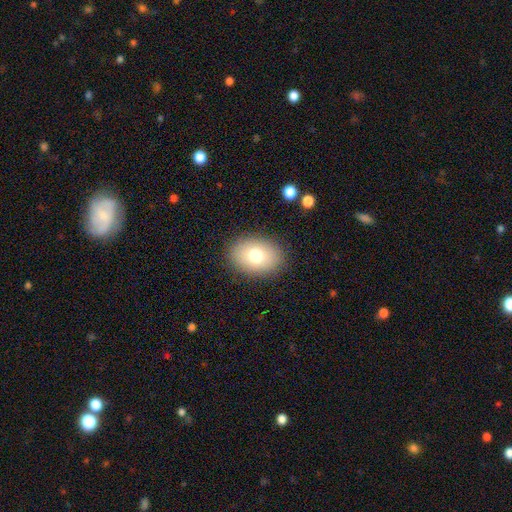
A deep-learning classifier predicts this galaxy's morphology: type=smooth (75%); roundness=in between (76%); merging=none (88%).